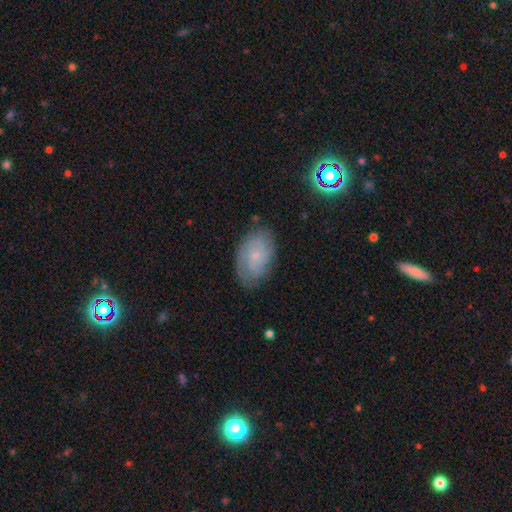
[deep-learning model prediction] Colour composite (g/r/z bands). It shows a featured or disk galaxy (55%) with no bar (78%), spiral arms (85%) and a small central bulge (77%). Merging: none (75%).